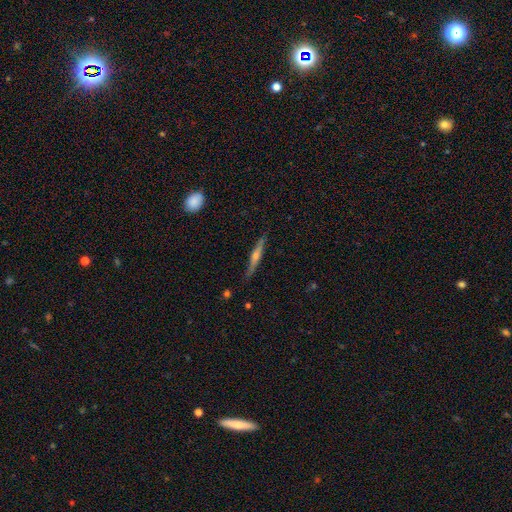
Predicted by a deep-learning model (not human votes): featured or disk 70%, smooth 24%, star or artifact 6%. Down the decision tree: edge-on disk — yes (97%); edge-on bulge — rounded (85%); merging — none (85%).